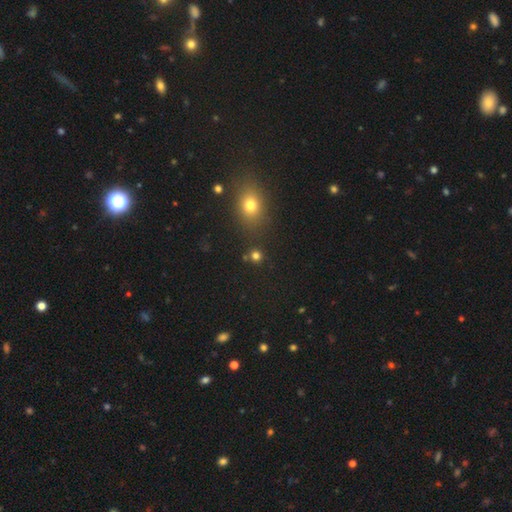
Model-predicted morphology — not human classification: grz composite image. It shows a smooth galaxy with no disk features (75%) that is round (89%). Merging: none (81%).